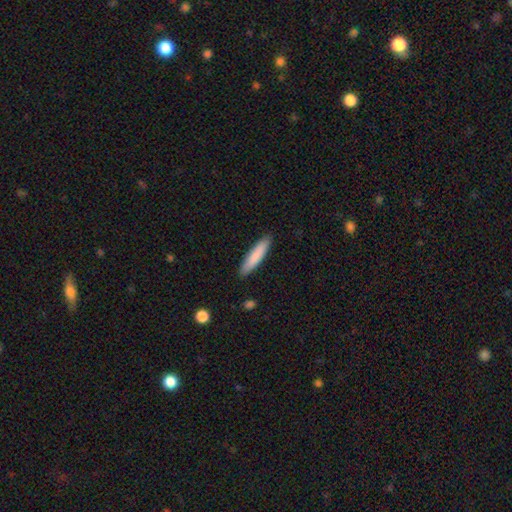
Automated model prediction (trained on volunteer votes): The model was most divided on "how rounded": cigar-shaped: 85%, in between: 14%, round: 1%. More confident: merging — none (90%); smooth or featured — smooth (84%).